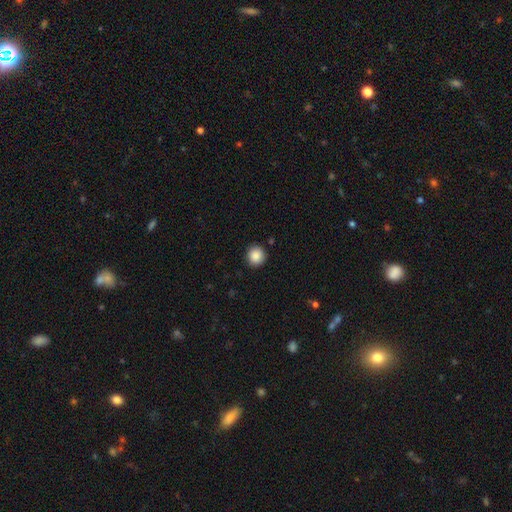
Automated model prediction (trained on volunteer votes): Morphology: type=smooth (88%); roundness=round (93%); merging=none (91%).